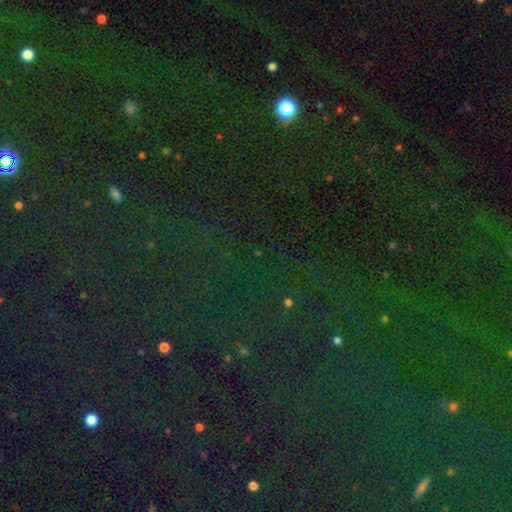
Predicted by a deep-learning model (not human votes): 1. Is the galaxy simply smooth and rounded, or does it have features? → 81% star or artifact, 12% smooth, 7% featured or disk.